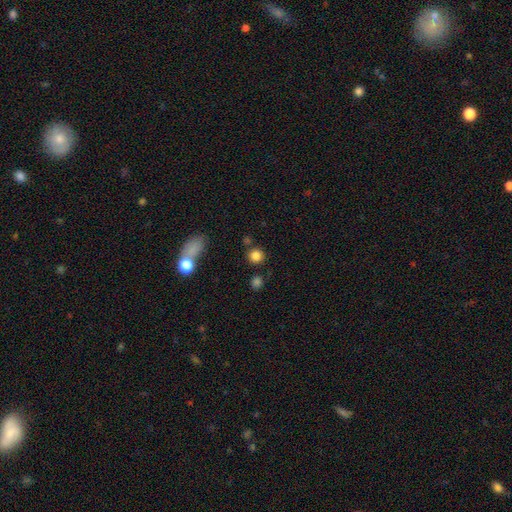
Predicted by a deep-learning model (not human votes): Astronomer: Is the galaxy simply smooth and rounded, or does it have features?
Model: smooth — 82%.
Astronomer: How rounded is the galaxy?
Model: round — 92%.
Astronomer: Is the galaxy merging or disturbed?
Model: none — 81%.